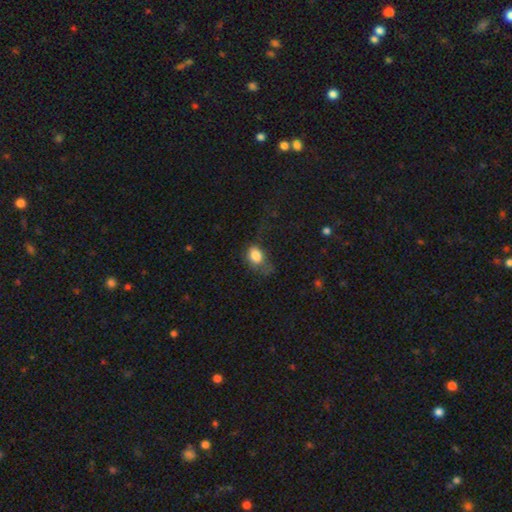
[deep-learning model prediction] The model was most divided on "merging": major disturbance: 39%, none: 29%, minor disturbance: 29%, merger: 3%. More confident: smooth or featured — smooth (80%); how rounded — in between (65%).